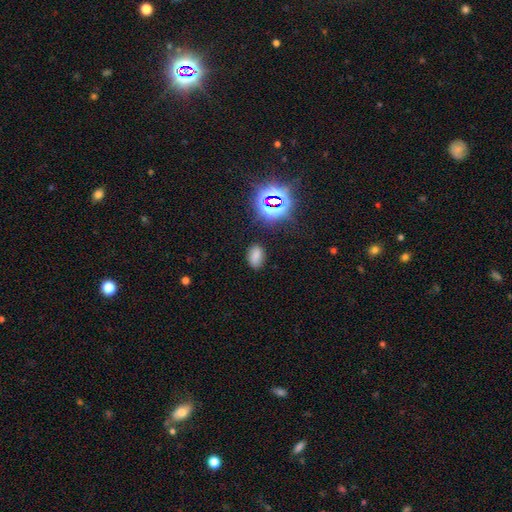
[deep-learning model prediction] smooth-or-featured: smooth: 70% | star or artifact: 21% | featured or disk: 8%
  how-rounded: in between: 86% | round: 12% | cigar-shaped: 2%
  merging: none: 82% | minor disturbance: 12% | major disturbance: 4% | merger: 2%